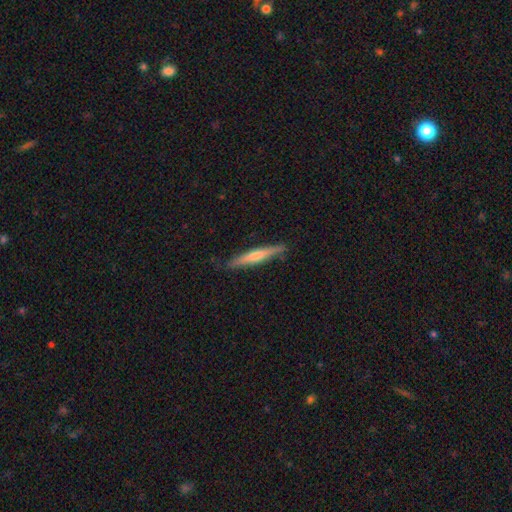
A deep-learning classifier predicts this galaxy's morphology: type=featured or disk (59%); edge-on=yes (96%); edge-on bulge=rounded (70%); merging=none (88%).